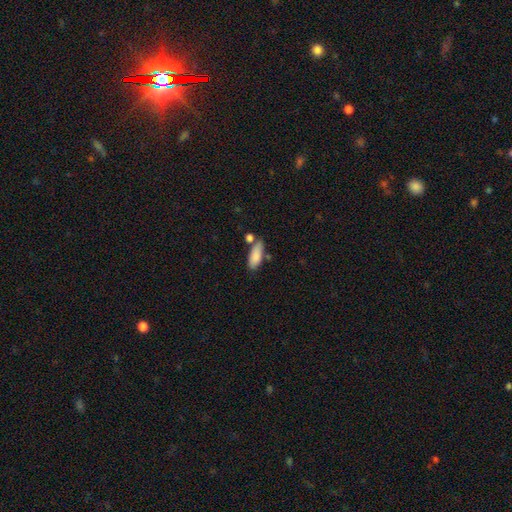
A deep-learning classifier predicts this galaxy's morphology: smooth-or-featured: smooth: 85% | featured or disk: 9% | star or artifact: 7%
  how-rounded: in between: 74% | cigar-shaped: 23% | round: 2%
  merging: none: 59% | minor disturbance: 19% | merger: 17% | major disturbance: 5%